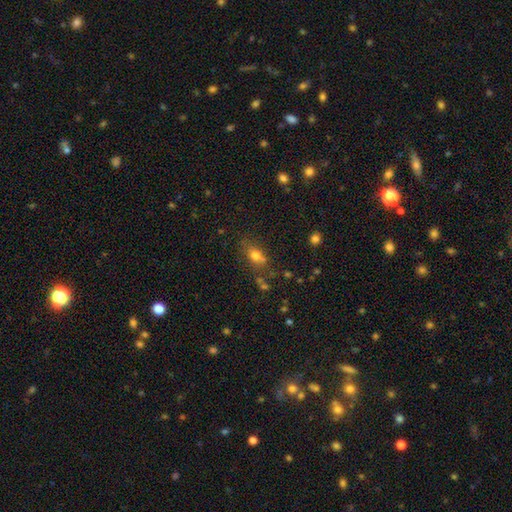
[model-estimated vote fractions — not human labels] This is likely a smooth galaxy (72%). How rounded: likely in between (67%). Merging: possibly none (58%).